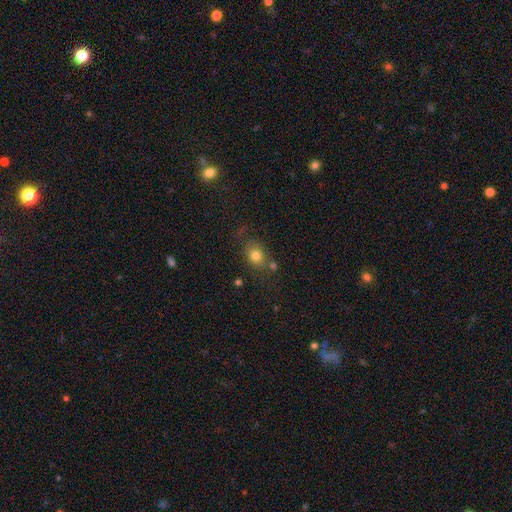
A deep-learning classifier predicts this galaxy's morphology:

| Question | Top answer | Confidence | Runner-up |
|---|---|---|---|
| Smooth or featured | smooth | 77% | star or artifact (12%) |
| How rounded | round | 54% | in between (45%) |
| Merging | none | 63% | minor disturbance (18%) |